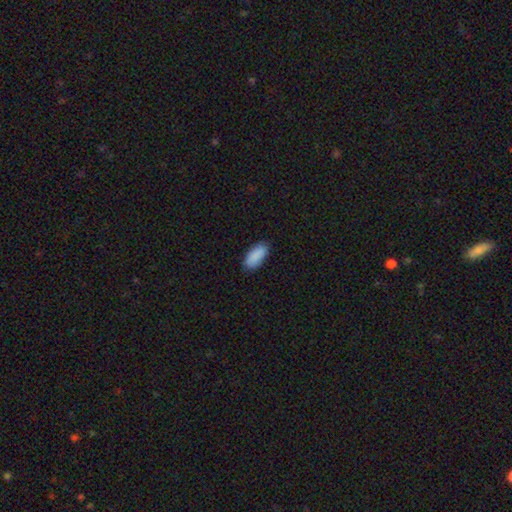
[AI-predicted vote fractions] This appears to be a smooth galaxy with no disk features (90%) that is in between round and cigar-shaped (89%). Merging: none (84%).